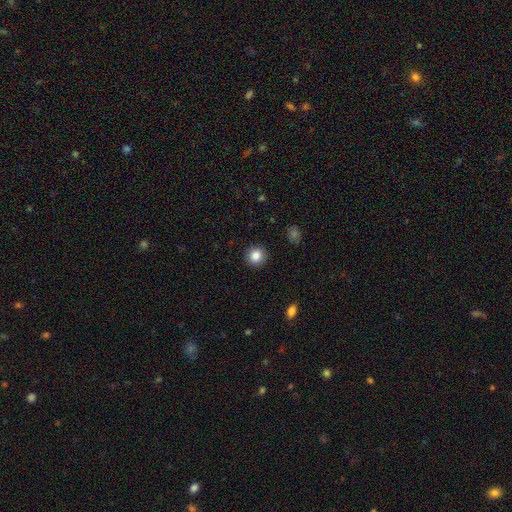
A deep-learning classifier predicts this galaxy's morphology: type=smooth (85%); roundness=round (93%); merging=none (92%).